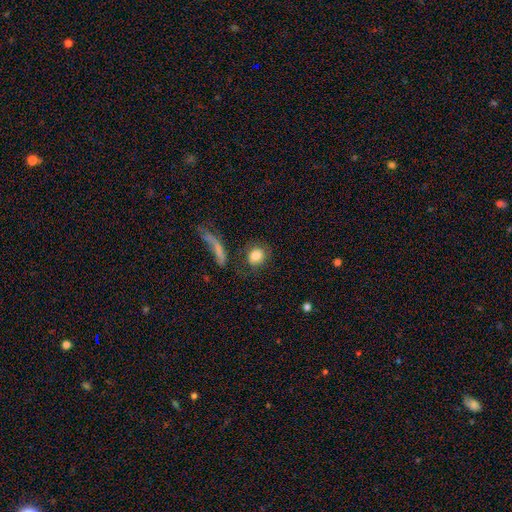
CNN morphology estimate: A smooth galaxy with no disk features (81%) that is round (62%). Merging: none (68%).